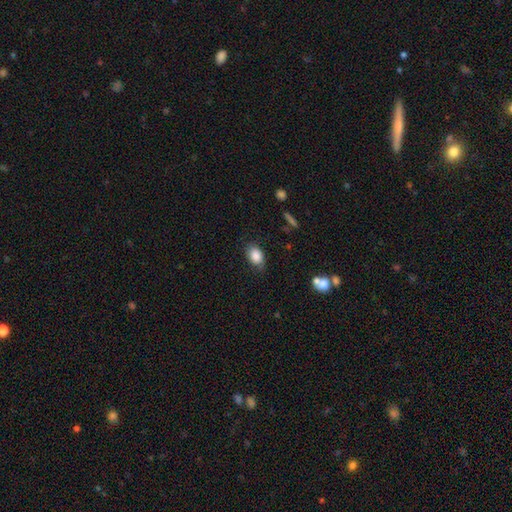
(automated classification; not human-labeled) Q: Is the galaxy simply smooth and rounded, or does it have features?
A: smooth — 83%.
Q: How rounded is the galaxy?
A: in between — 84%.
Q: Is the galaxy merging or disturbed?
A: none — 68%.